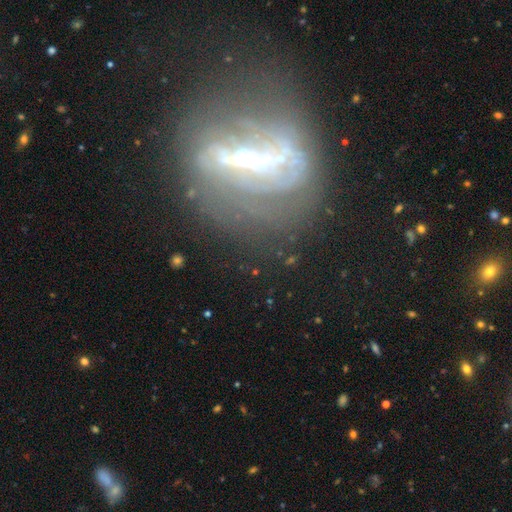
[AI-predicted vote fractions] smooth_or_featured: featured or disk (p=0.73) [alt: star or artifact p=0.15]
disk_edge_on: no (p=0.58) [alt: yes p=0.42]
merging: none (p=0.61) [alt: major disturbance p=0.18]